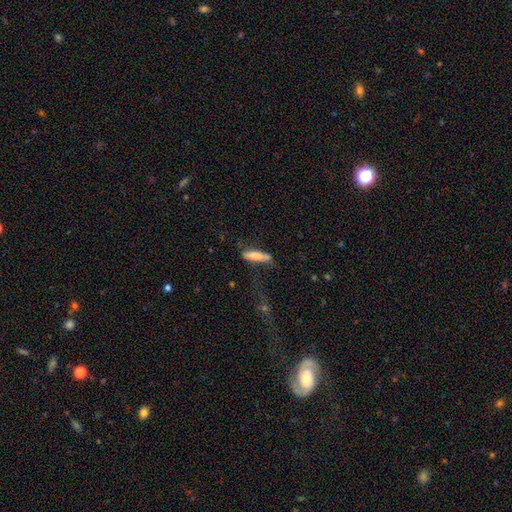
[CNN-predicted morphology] Smooth or featured: smooth — 76% (featured or disk — 17%)
How rounded: cigar-shaped — 71% (in between — 27%)
Merging: none — 52% (minor disturbance — 27%)